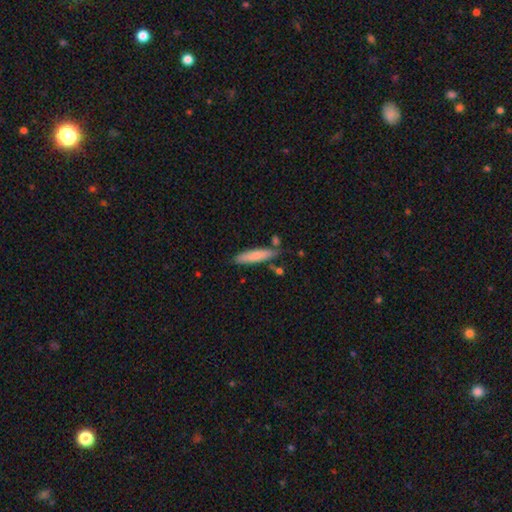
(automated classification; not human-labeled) smooth-or-featured: smooth: 78% | featured or disk: 16% | star or artifact: 6%
  how-rounded: cigar-shaped: 79% | in between: 19% | round: 1%
  merging: none: 76% | minor disturbance: 15% | merger: 6% | major disturbance: 3%